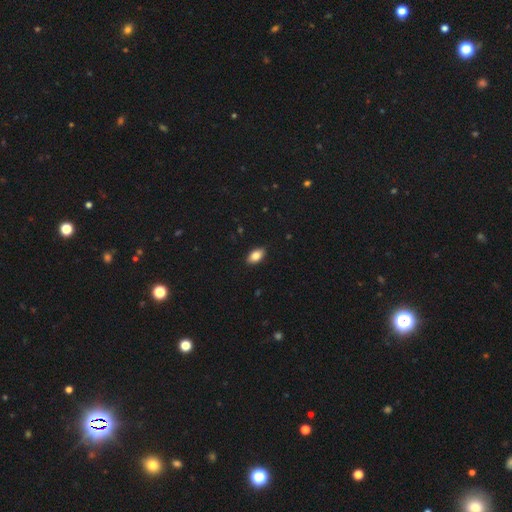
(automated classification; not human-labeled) Overall: smooth (84%). How rounded: in between (92%). Merging: none (89%).